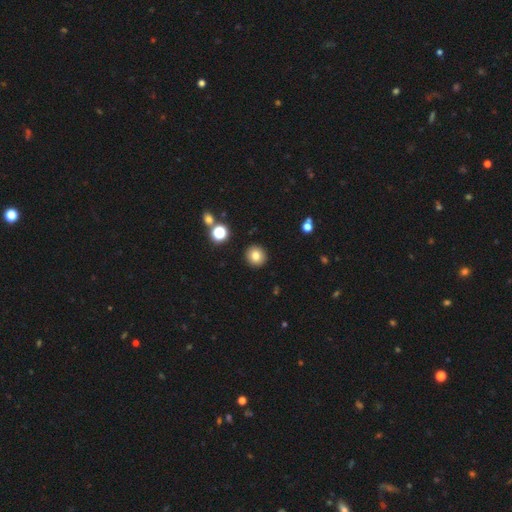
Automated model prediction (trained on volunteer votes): Smooth or featured? smooth (81%)
How rounded? round (91%)
Merging? none (91%)